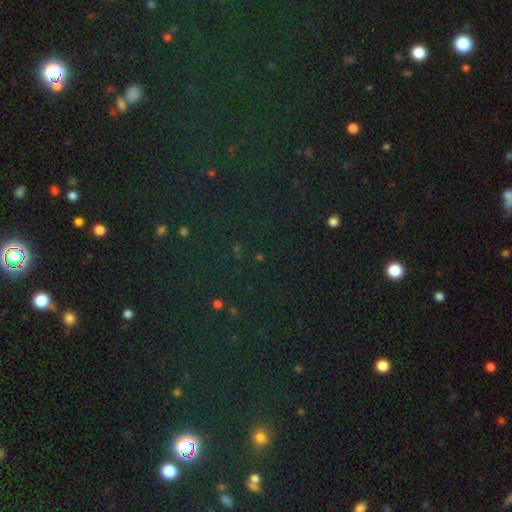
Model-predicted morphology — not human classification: Smooth or featured?
  - star or artifact: 76% *
  - smooth: 16%
  - featured or disk: 8%